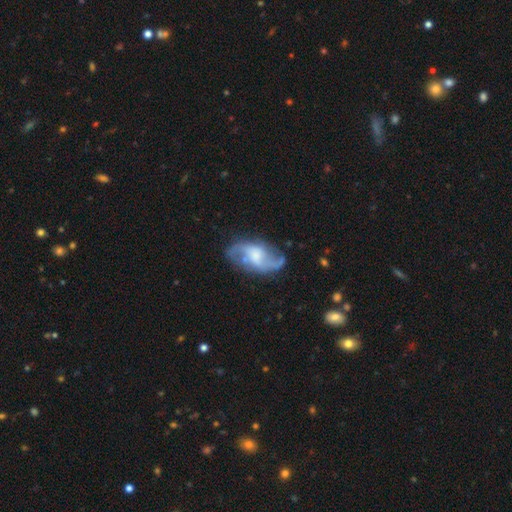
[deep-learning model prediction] Overall: featured or disk (83%). Edge-on disk: no (97%). Bar: weak (45%; no 43%). Spiral arms: yes (95%). Spiral arm count: 2 (90%). Spiral winding: loose (57%; medium 35%). Bulge size: moderate (37%; small 26%). Merging: none (73%).